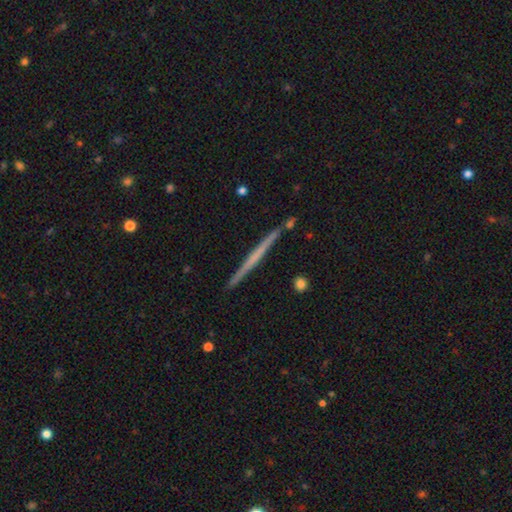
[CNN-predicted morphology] smooth_or_featured: featured or disk (p=0.60) [alt: smooth p=0.34]
disk_edge_on: yes (p=0.98) [alt: no p=0.02]
edge_on_bulge: none (p=0.84) [alt: rounded p=0.11]
merging: none (p=0.91) [alt: minor disturbance p=0.06]